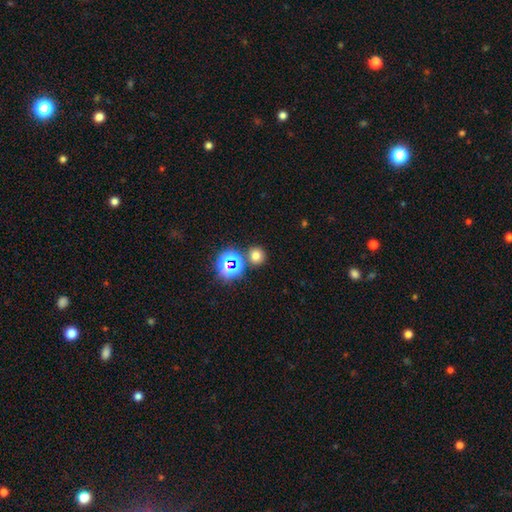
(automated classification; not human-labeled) Q: Smooth or featured?
A: smooth (67%); runner-up: star or artifact (26%)
Q: How rounded?
A: round (88%); runner-up: in between (11%)
Q: Merging?
A: none (80%); runner-up: merger (9%)